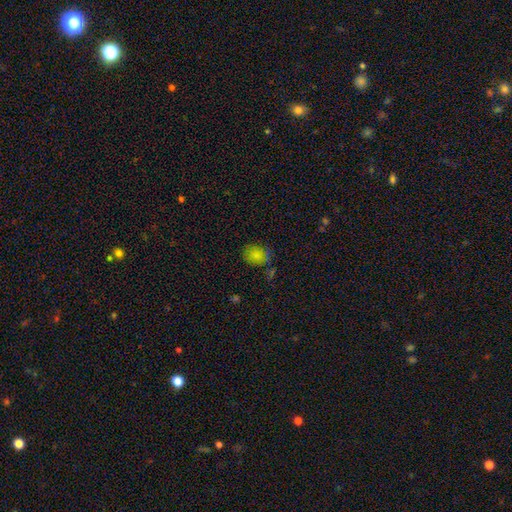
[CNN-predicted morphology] The model was most divided on "how rounded": round: 56%, in between: 43%, cigar-shaped: 1%. More confident: smooth or featured — smooth (80%); merging — none (69%).